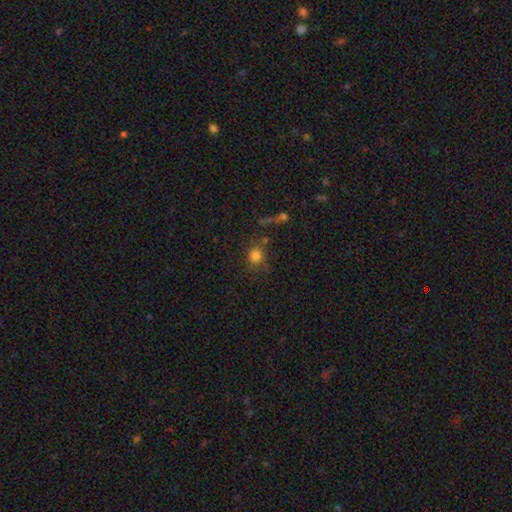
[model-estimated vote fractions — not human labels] Overall: smooth (78%). How rounded: round (83%). Merging: none (68%).